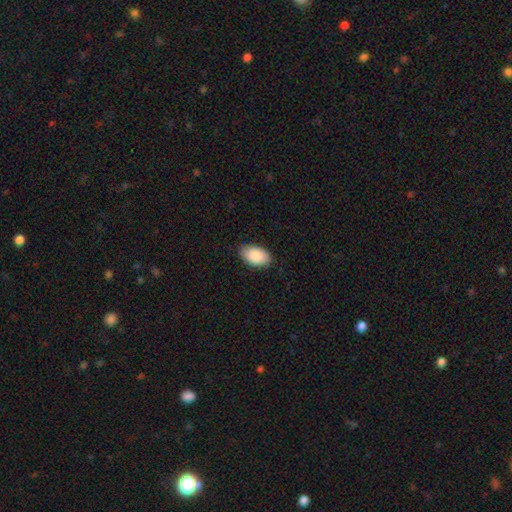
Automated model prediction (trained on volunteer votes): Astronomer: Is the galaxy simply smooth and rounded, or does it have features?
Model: smooth — 88%.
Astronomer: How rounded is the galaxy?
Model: in between — 95%.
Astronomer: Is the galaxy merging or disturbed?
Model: none — 83%.